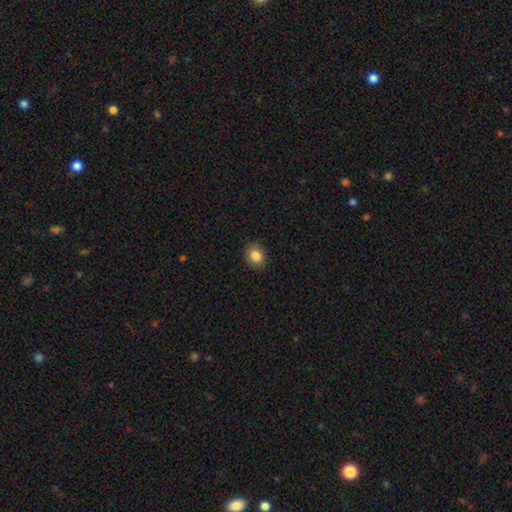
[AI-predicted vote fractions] Smooth or featured: smooth — 85% (star or artifact — 9%)
How rounded: round — 56% (in between — 43%)
Merging: none — 88% (minor disturbance — 9%)